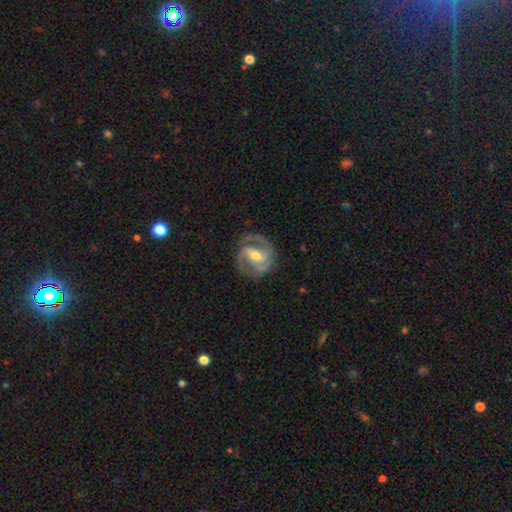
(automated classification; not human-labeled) featured or disk 89%, smooth 6%, star or artifact 4%. Down the decision tree: edge-on disk — no (98%); bar — weak (46%); spiral arms — yes (97%); spiral arm count — 2 (60%); spiral winding — medium (52%); bulge size — moderate (65%); merging — none (74%).